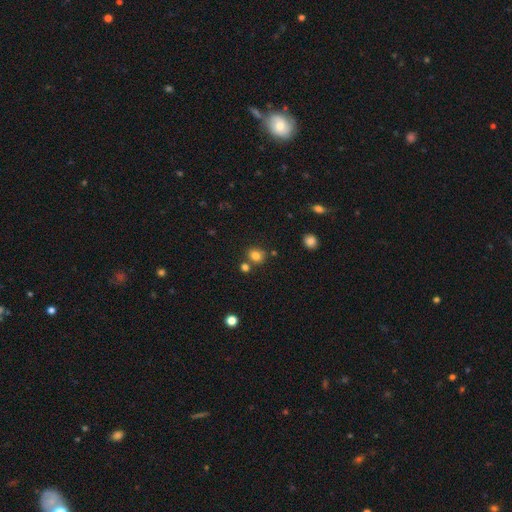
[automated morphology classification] Overall: smooth (81%). How rounded: round (67%; in between 33%). Merging: none (72%).